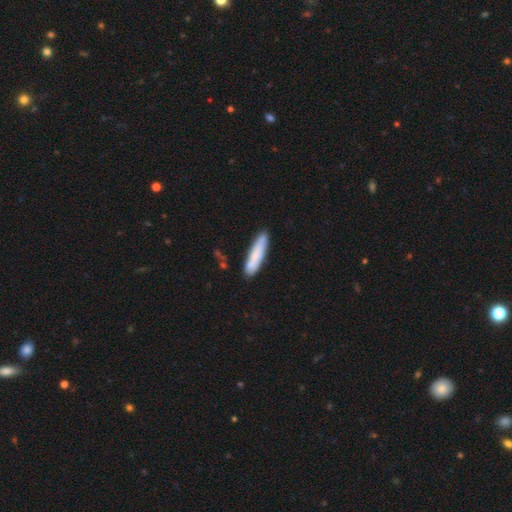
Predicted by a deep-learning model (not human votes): smooth_or_featured: smooth (p=0.75) [alt: featured or disk p=0.19]
how_rounded: cigar-shaped (p=0.82) [alt: in between p=0.16]
merging: none (p=0.77) [alt: minor disturbance p=0.15]